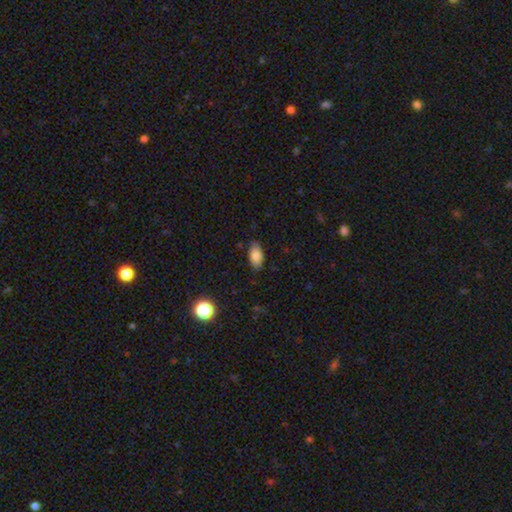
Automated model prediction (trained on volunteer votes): smooth_or_featured: smooth (p=0.83) [alt: featured or disk p=0.09]
how_rounded: in between (p=0.92) [alt: round p=0.04]
merging: none (p=0.83) [alt: minor disturbance p=0.14]